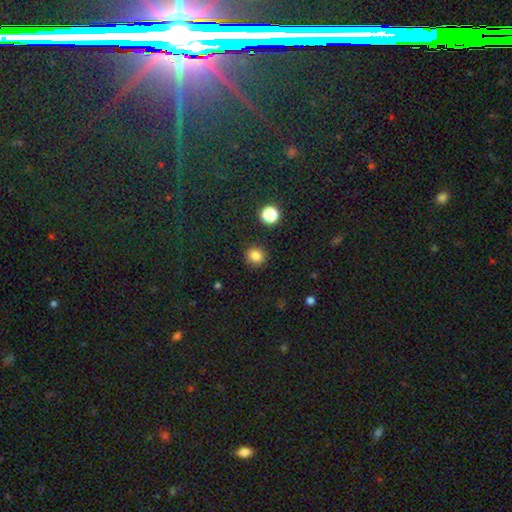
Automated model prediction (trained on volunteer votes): Smooth or featured? smooth (83%)
How rounded? round (90%)
Merging? none (89%)